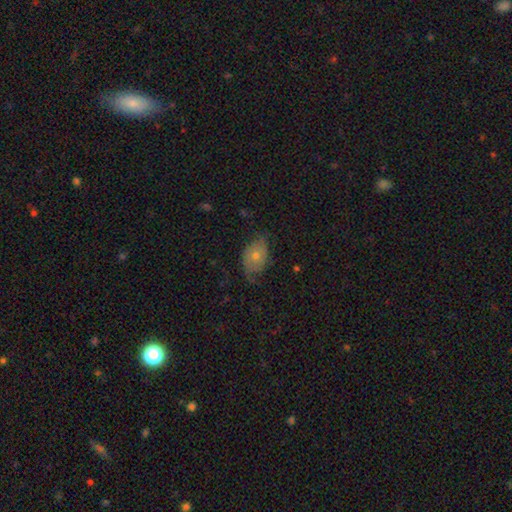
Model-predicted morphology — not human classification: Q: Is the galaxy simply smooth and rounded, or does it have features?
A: smooth — 48%.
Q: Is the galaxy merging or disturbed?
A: none — 58%.